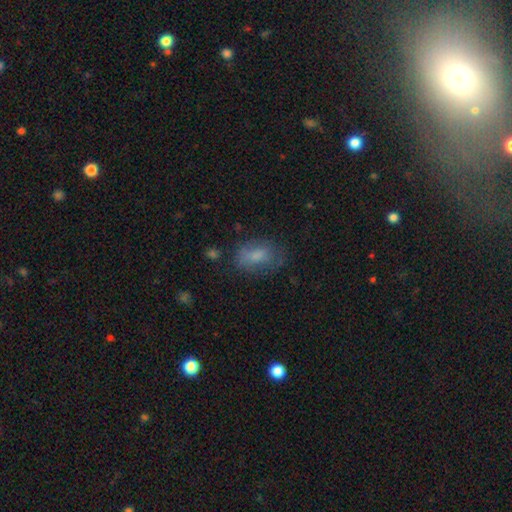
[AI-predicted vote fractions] smooth 70%, featured or disk 19%, star or artifact 10%. Down the decision tree: how rounded — in between (83%); merging — none (60%).